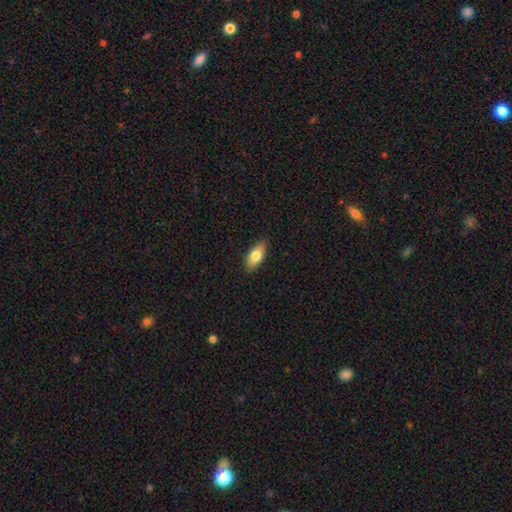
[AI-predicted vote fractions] A smooth galaxy with no disk features (79%) that is in between round and cigar-shaped (84%). Merging: none (87%).